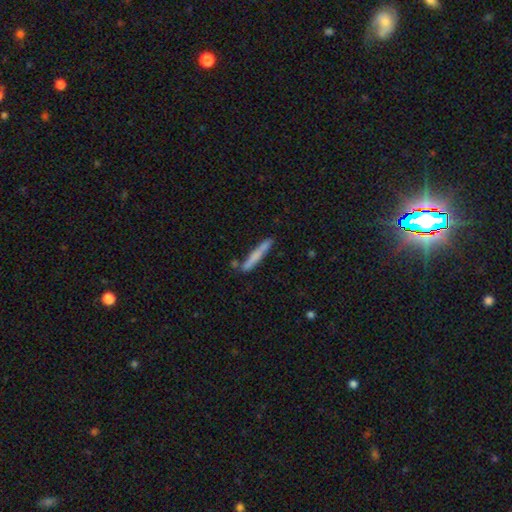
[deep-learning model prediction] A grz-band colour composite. It shows a smooth galaxy with no disk features (67%) that is cigar-shaped (95%). Merging: none (78%).